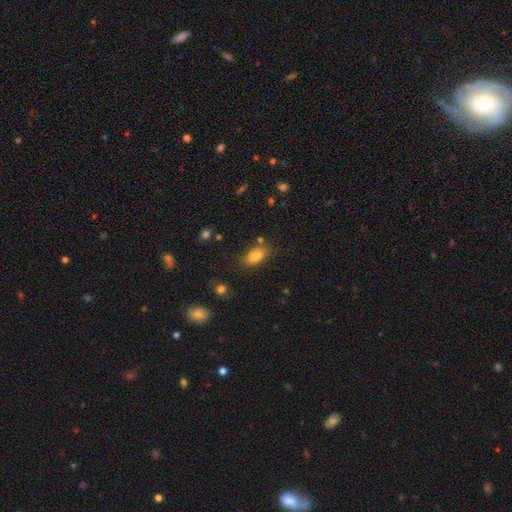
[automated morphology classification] Overall: smooth (82%). How rounded: in between (89%). Merging: none (77%).